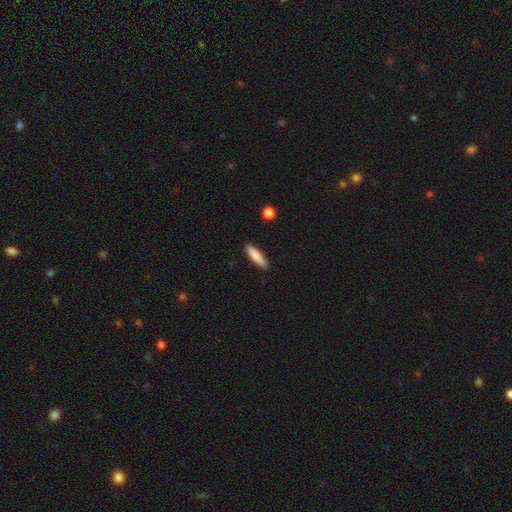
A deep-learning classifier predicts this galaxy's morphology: Q: Smooth or featured?
A: smooth (83%); runner-up: featured or disk (11%)
Q: How rounded?
A: cigar-shaped (74%); runner-up: in between (25%)
Q: Merging?
A: none (90%); runner-up: minor disturbance (7%)